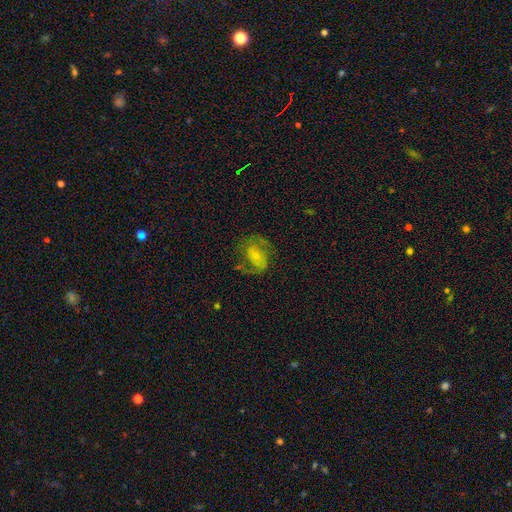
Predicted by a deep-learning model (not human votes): Morphology: type=featured or disk (70%); edge-on=no (97%); bar=no (43%); spiral arms=yes (88%); winding=medium (51%); arm count=2 (80%); bulge=small (59%); merging=none (69%).